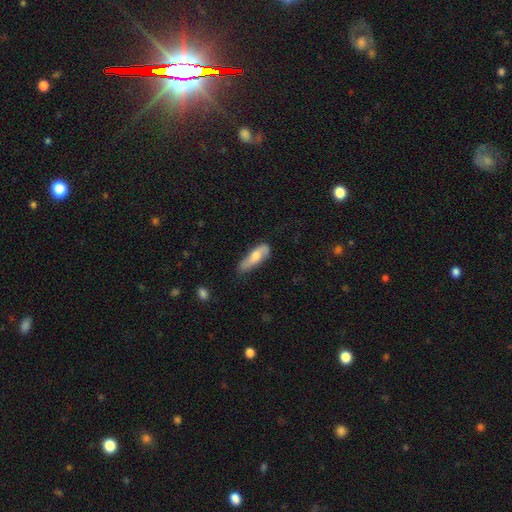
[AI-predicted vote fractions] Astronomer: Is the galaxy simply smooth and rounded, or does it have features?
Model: smooth — 62%.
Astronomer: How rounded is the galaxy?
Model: in between — 51% (runner-up: cigar-shaped, 47%).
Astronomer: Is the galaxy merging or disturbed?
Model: none — 61%.